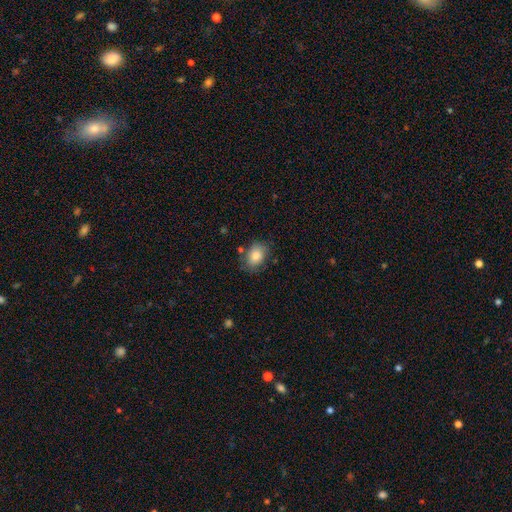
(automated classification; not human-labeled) A smooth galaxy with no disk features (84%) that is in between round and cigar-shaped (74%). Merging: none (74%).